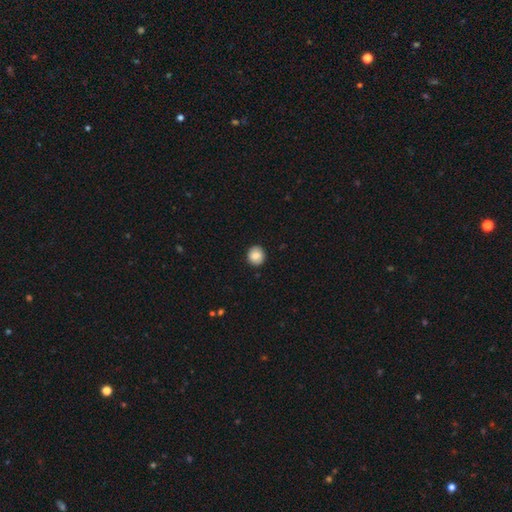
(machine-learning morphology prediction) type=smooth (85%); roundness=round (88%); merging=none (91%).